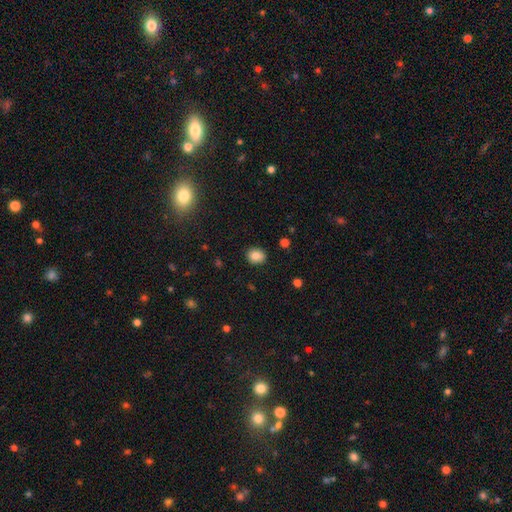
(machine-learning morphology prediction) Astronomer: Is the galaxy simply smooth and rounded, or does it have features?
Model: smooth — 84%.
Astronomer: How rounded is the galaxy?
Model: round — 62%.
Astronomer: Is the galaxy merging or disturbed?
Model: none — 88%.